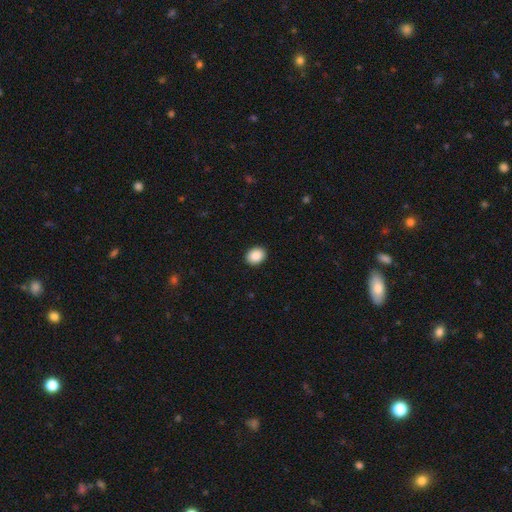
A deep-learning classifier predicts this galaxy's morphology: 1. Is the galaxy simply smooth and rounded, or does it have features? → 89% smooth, 8% star or artifact, 3% featured or disk.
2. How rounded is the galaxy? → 53% round, 46% in between, 1% cigar-shaped.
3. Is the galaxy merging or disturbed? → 91% none, 6% minor disturbance, 2% major disturbance, 1% merger.